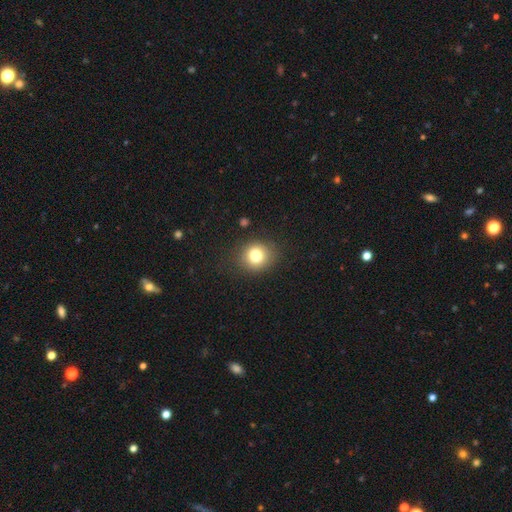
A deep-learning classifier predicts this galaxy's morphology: This is clearly a smooth galaxy (80%). How rounded: likely round (76%). Merging: clearly none (84%).